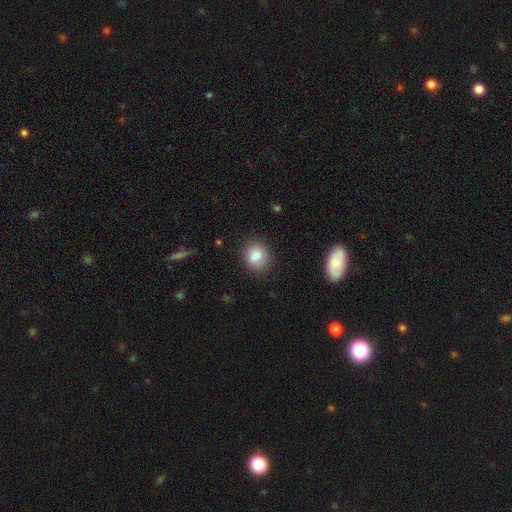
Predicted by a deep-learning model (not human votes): Smooth or featured?
  - smooth: 85% *
  - star or artifact: 9%
  - featured or disk: 6%
How rounded?
  - round: 74% *
  - in between: 25%
  - cigar-shaped: 1%
Merging?
  - none: 85% *
  - minor disturbance: 11%
  - major disturbance: 3%
  - merger: 1%